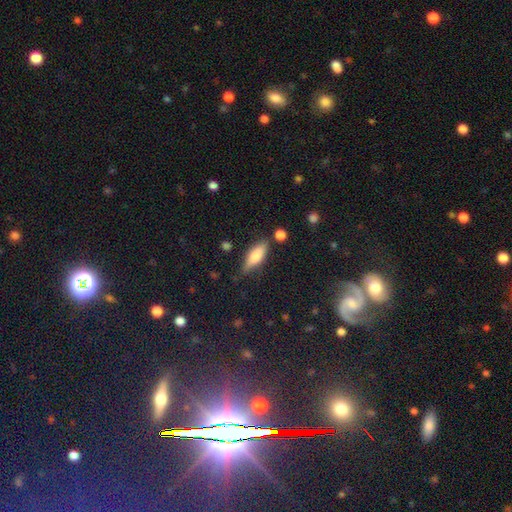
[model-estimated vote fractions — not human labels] A smooth galaxy with no disk features (69%) that is in between round and cigar-shaped (57%). Merging: none (77%).